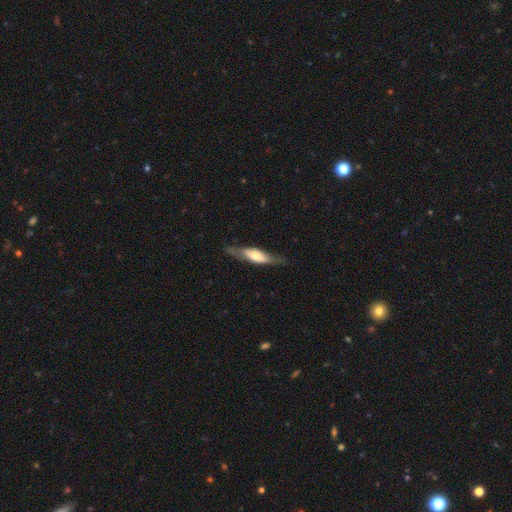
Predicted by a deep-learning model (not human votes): The model was most divided on "smooth or featured": featured or disk: 49%, smooth: 45%, star or artifact: 6%. More confident: merging — none (77%).